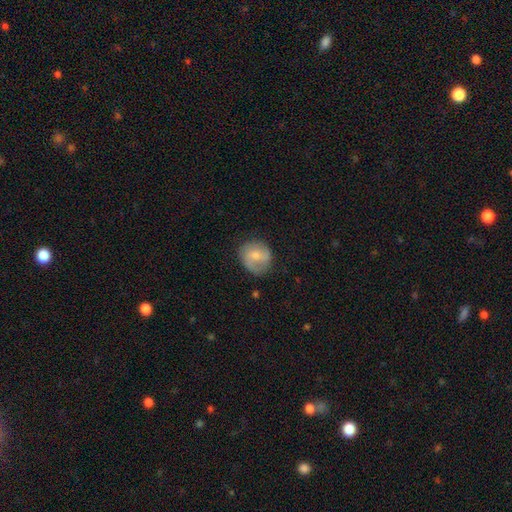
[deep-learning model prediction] Smooth or featured? smooth (52%)
How rounded? round (78%)
Merging? none (69%)